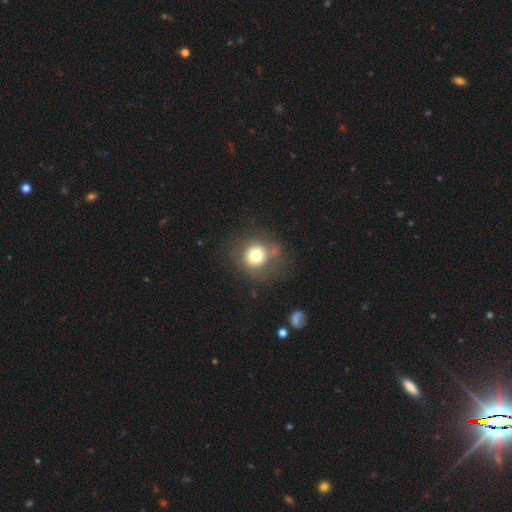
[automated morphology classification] type=smooth (70%); roundness=round (87%); merging=none (64%).